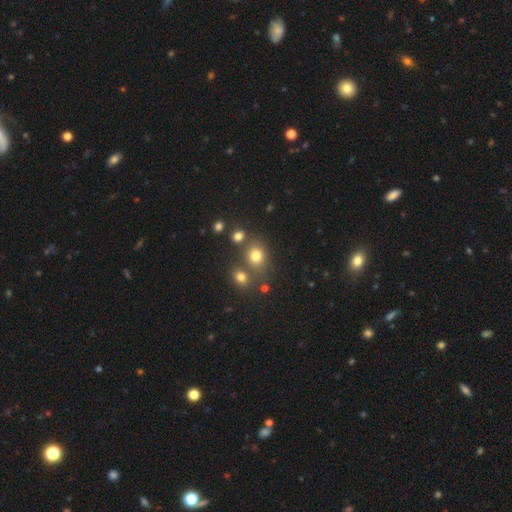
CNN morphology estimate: Smooth or featured? Predicted: smooth (p=0.74). How rounded? Predicted: round (p=0.66). Merging? Predicted: none (p=0.63).